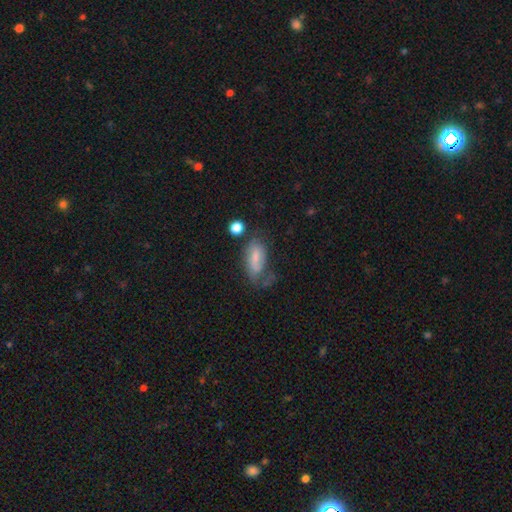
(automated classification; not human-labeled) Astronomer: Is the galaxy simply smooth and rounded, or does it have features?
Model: smooth — 56% (runner-up: featured or disk, 33%).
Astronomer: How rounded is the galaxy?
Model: in between — 83%.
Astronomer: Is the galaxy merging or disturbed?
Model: none — 40% (runner-up: minor disturbance, 28%).